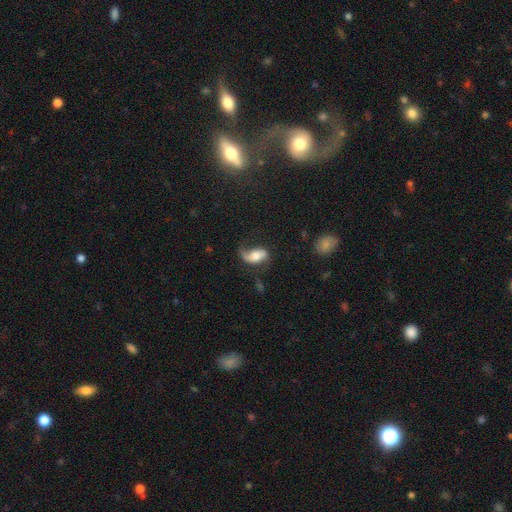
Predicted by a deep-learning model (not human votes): Smooth or featured? Predicted: featured or disk (p=0.61). Edge-on disk? Predicted: no (p=0.94). Bar? Predicted: no (p=0.53). Spiral arms? Predicted: yes (p=0.89). Spiral winding? Predicted: loose (p=0.69). Spiral arm count? Predicted: 2 (p=0.71). Bulge size? Predicted: moderate (p=0.48). Merging? Predicted: none (p=0.49).